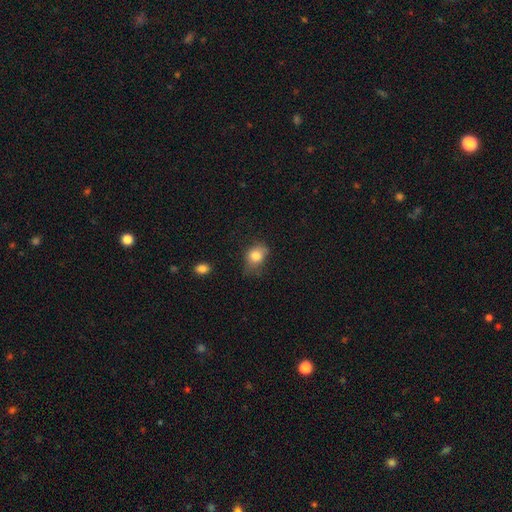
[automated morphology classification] Overall: smooth (80%). How rounded: in between (57%; round 41%). Merging: none (50%; minor disturbance 35%).